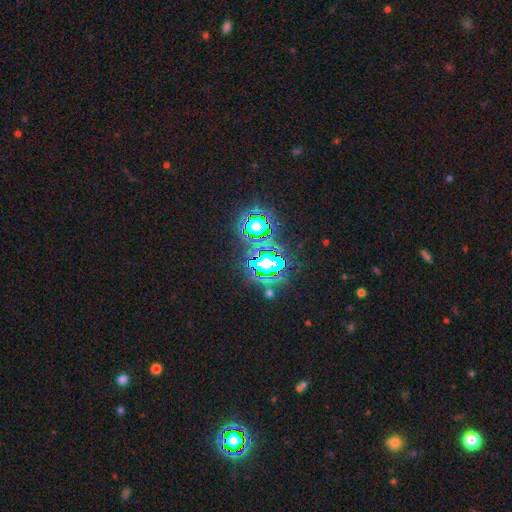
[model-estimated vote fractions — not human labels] Q: Smooth or featured?
A: star or artifact (73%); runner-up: smooth (17%)